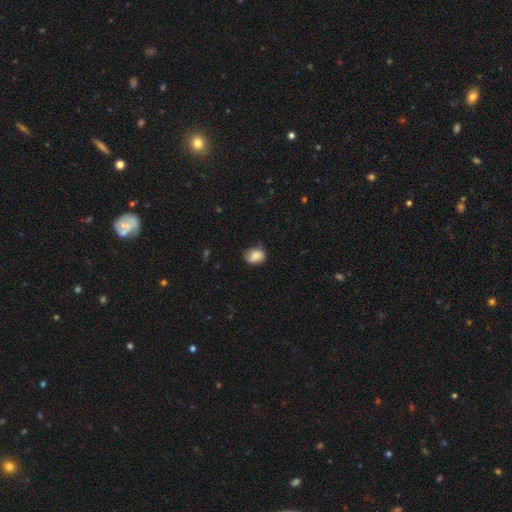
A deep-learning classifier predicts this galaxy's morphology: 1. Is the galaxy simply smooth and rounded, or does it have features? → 82% smooth, 9% featured or disk, 8% star or artifact.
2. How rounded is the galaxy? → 58% in between, 41% round, 1% cigar-shaped.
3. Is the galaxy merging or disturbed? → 62% none, 30% minor disturbance, 6% major disturbance, 2% merger.